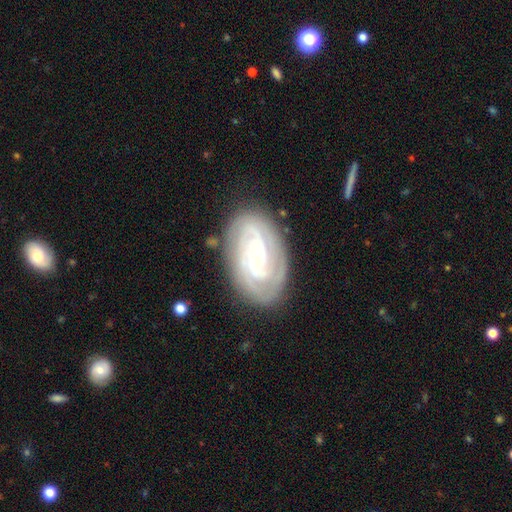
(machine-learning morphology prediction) A featured or disk galaxy (85%) with no bar (65%), 2 (33%) tight (76%) spiral arms (95%) and a small central bulge (76%).

Vote fractions:
- Smooth or featured? featured or disk: 85% / smooth: 10% / star or artifact: 5%
- Edge-on disk? no: 96% / yes: 4%
- Bar? no: 65% / weak: 25% / strong: 10%
- Spiral arms? yes: 95% / no: 5%
- Spiral winding? tight: 76% / medium: 20% / loose: 4%
- Spiral arm count? 2: 33% / can't tell: 27% / 3: 21% / 4: 9% / more than 4: 5% / 1: 5%
- Bulge size? small: 76% / moderate: 20% / large: 1% / none: 1% / dominant: 1%
- Merging? none: 79% / minor disturbance: 15% / major disturbance: 4% / merger: 2%